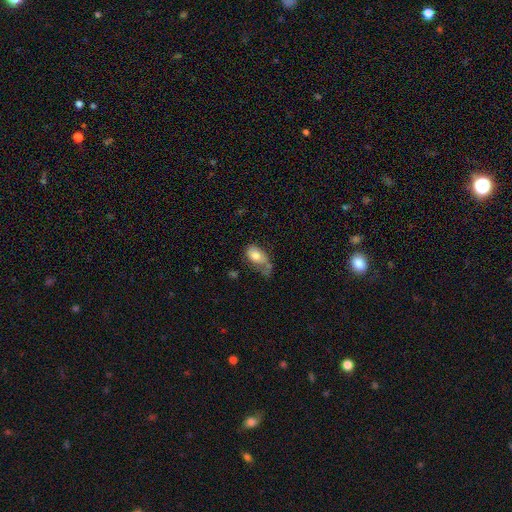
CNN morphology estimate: Smooth or featured?
  - smooth: 67% *
  - featured or disk: 26%
  - star or artifact: 7%
How rounded?
  - in between: 88% *
  - round: 10%
  - cigar-shaped: 2%
Merging?
  - major disturbance: 41% *
  - none: 25%
  - minor disturbance: 25%
  - merger: 9%